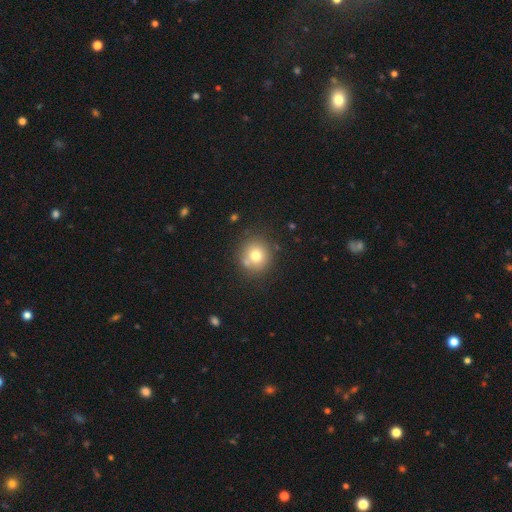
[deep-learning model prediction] A smooth galaxy with no disk features (74%) that is round (90%). Merging: none (76%).